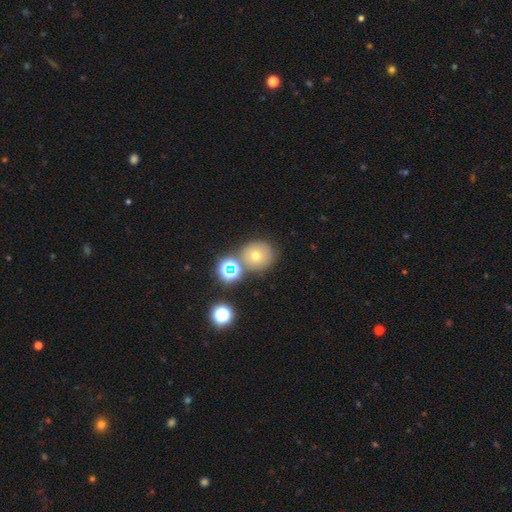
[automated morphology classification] Smooth or featured? Predicted: smooth (p=0.62). How rounded? Predicted: round (p=0.88). Merging? Predicted: none (p=0.70).